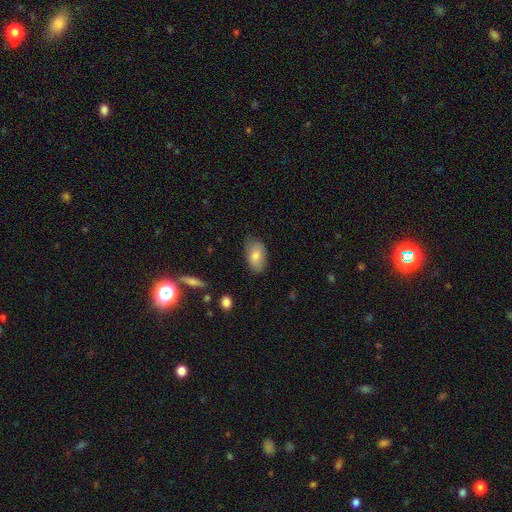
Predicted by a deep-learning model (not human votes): A smooth galaxy with no disk features (80%) that is in between round and cigar-shaped (93%). Merging: none (73%).